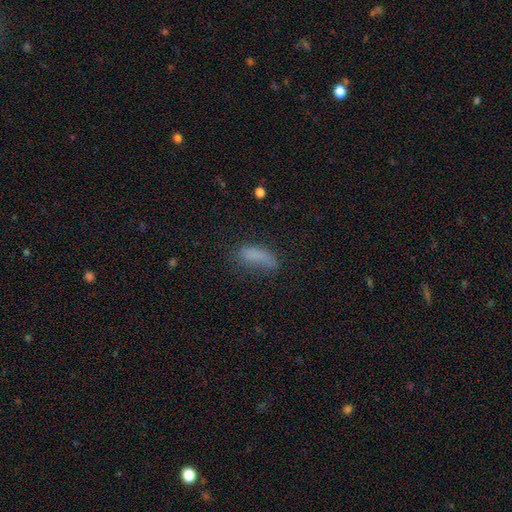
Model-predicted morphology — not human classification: Q: Smooth or featured?
A: smooth (76%); runner-up: featured or disk (13%)
Q: How rounded?
A: in between (70%); runner-up: cigar-shaped (27%)
Q: Merging?
A: none (47%); runner-up: minor disturbance (29%)